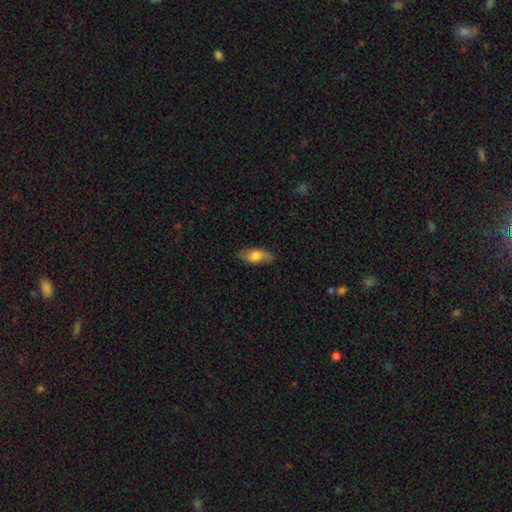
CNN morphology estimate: Overall: smooth (69%). How rounded: in between (83%). Merging: none (81%).